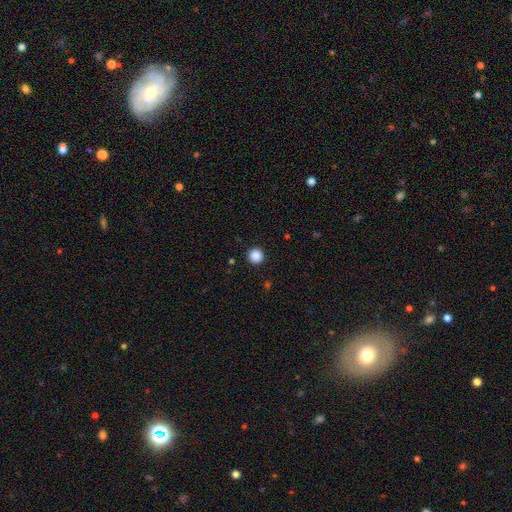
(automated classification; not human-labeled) Smooth or featured: smooth — 88% (star or artifact — 10%)
How rounded: round — 96% (in between — 3%)
Merging: none — 93% (minor disturbance — 4%)